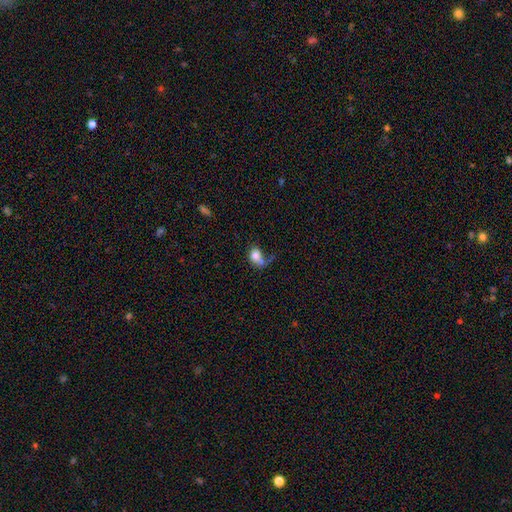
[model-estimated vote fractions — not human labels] A smooth galaxy with no disk features (75%) that is in between round and cigar-shaped (56%). Merging: merger (33%).